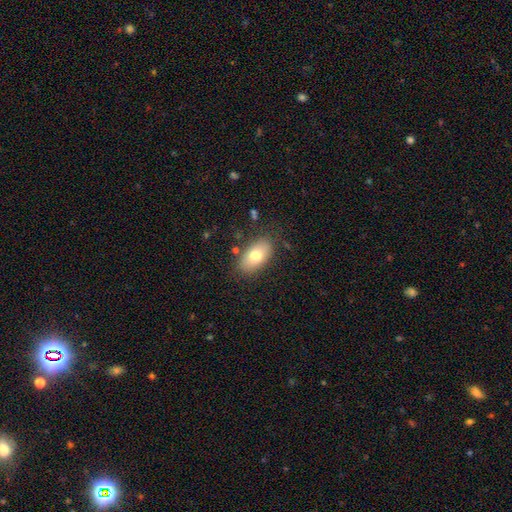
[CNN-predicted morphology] Q: Smooth or featured?
A: smooth (75%); runner-up: featured or disk (18%)
Q: How rounded?
A: in between (92%); runner-up: round (5%)
Q: Merging?
A: none (81%); runner-up: minor disturbance (13%)